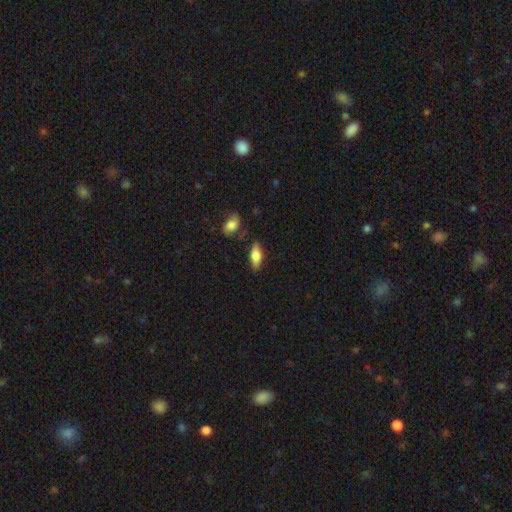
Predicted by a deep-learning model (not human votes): smooth_or_featured: smooth (p=0.66) [alt: featured or disk p=0.27]
how_rounded: in between (p=0.75) [alt: cigar-shaped p=0.21]
merging: none (p=0.78) [alt: minor disturbance p=0.15]